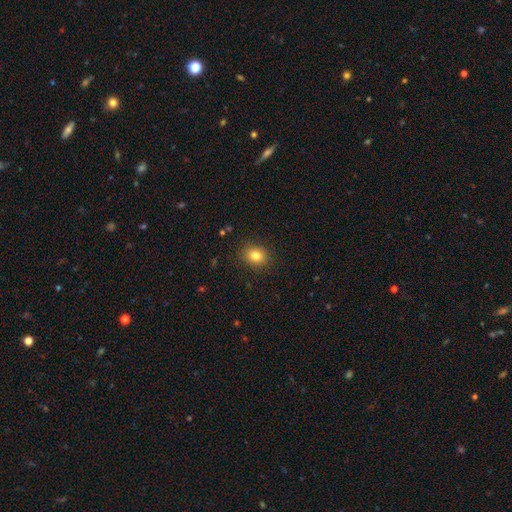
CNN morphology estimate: Smooth or featured? Predicted: smooth (p=0.81). How rounded? Predicted: round (p=0.65). Merging? Predicted: none (p=0.88).